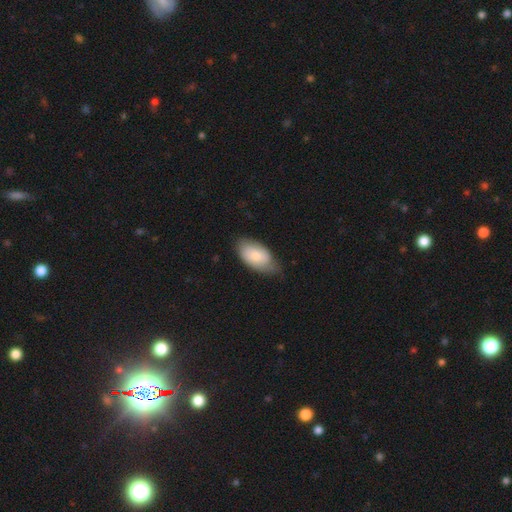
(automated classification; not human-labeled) A smooth galaxy with no disk features (74%) that is in between round and cigar-shaped (94%). Merging: none (58%).